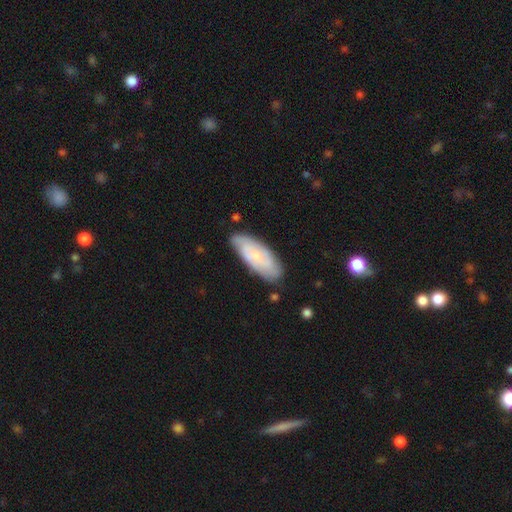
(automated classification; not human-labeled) A featured or disk galaxy (53%).

Vote fractions:
- Smooth or featured? featured or disk: 53% / smooth: 40% / star or artifact: 7%
- Edge-on disk? no: 89% / yes: 11%
- Merging? none: 76% / minor disturbance: 18% / major disturbance: 3% / merger: 2%